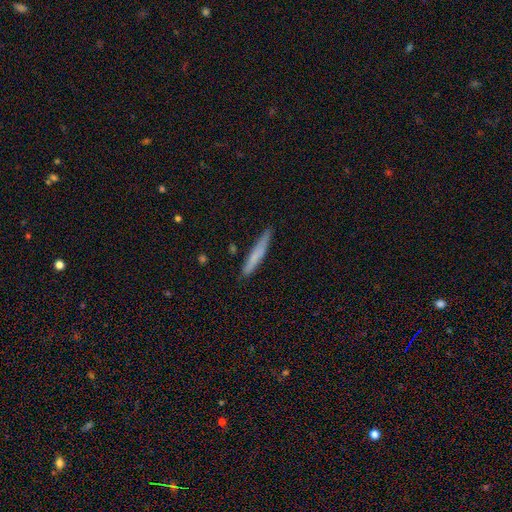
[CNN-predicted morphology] The model was most divided on "smooth or featured": smooth: 72%, featured or disk: 22%, star or artifact: 6%. More confident: how rounded — cigar-shaped (95%); merging — none (82%).